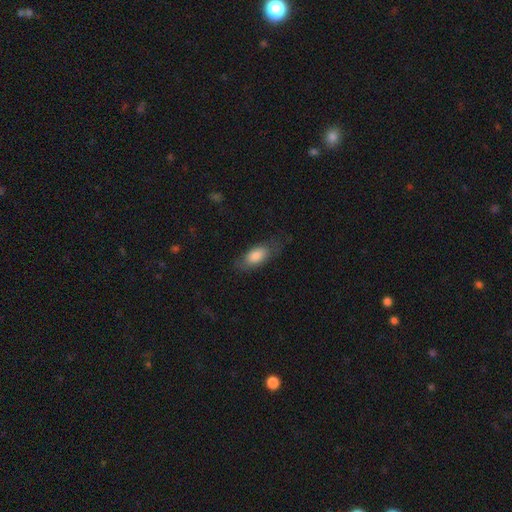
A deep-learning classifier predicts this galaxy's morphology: Smooth or featured? smooth (78%)
How rounded? in between (86%)
Merging? none (67%)